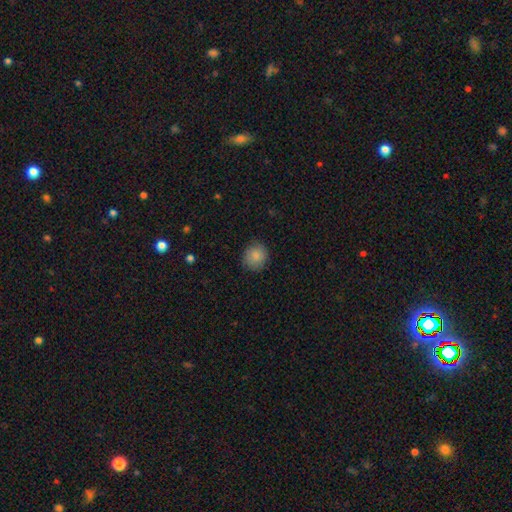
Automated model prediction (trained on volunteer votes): Morphology: type=smooth (87%); roundness=round (87%); merging=none (86%).